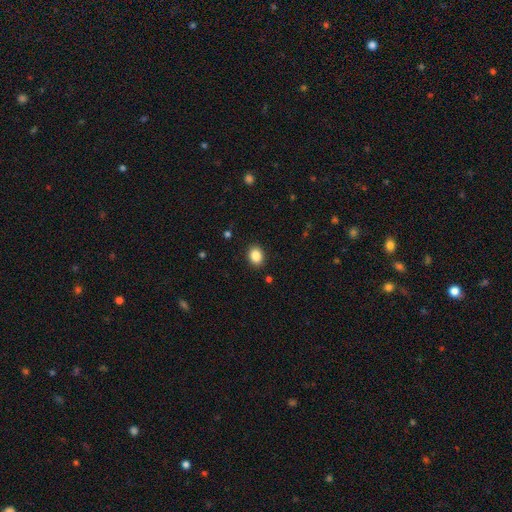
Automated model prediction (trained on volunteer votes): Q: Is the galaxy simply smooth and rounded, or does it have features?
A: smooth — 87%.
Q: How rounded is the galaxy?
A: in between — 56%.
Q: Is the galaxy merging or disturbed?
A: none — 89%.